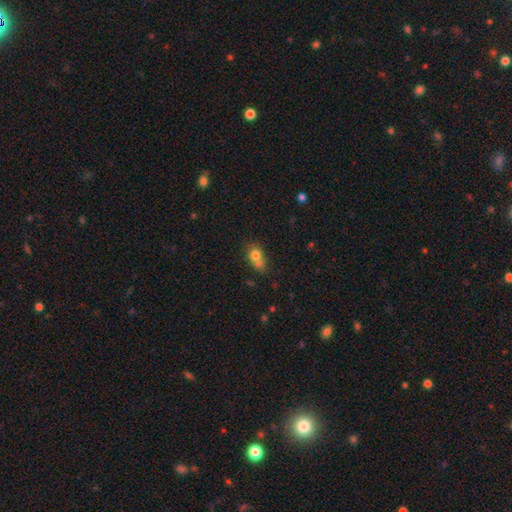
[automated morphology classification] Smooth or featured: smooth — 76% (featured or disk — 13%)
How rounded: in between — 59% (round — 37%)
Merging: none — 39% (merger — 26%)